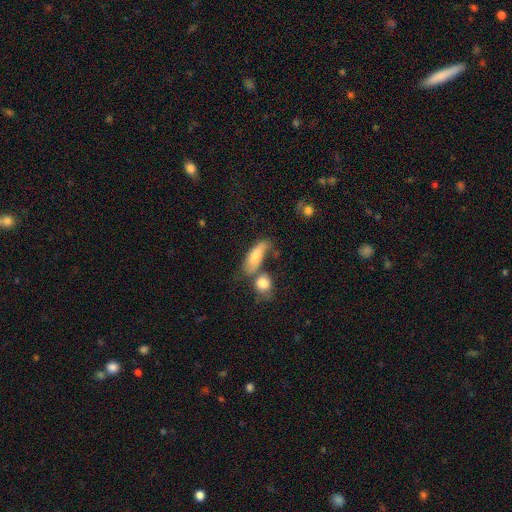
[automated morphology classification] smooth_or_featured: smooth (p=0.73) [alt: featured or disk p=0.20]
how_rounded: in between (p=0.64) [alt: cigar-shaped p=0.30]
merging: none (p=0.37) [alt: merger p=0.34]